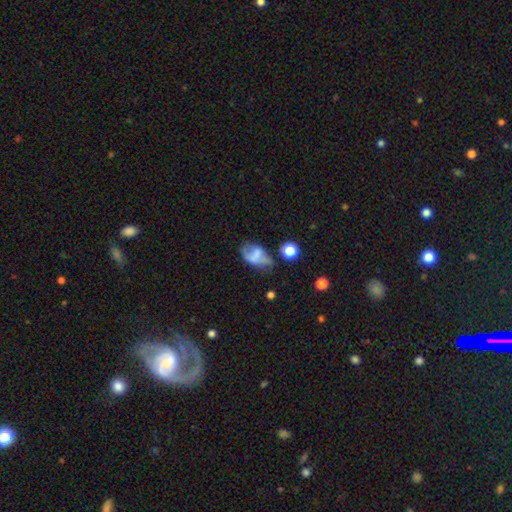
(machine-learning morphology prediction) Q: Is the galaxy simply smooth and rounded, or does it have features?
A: smooth — 53%.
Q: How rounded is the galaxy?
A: in between — 84%.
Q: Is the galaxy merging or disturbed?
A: none — 37%.